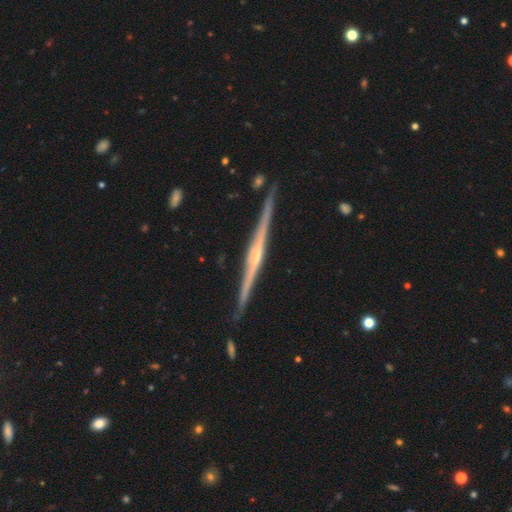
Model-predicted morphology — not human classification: smooth_or_featured: featured or disk (p=0.86) [alt: smooth p=0.09]
disk_edge_on: yes (p=0.99) [alt: no p=0.01]
edge_on_bulge: rounded (p=0.62) [alt: none p=0.23]
merging: none (p=0.89) [alt: minor disturbance p=0.08]